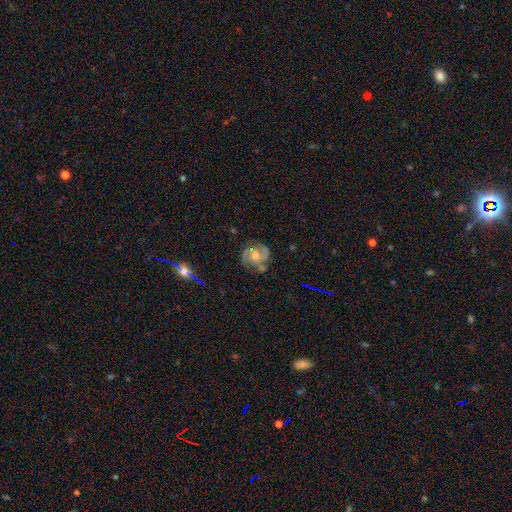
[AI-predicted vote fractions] Smooth or featured?
  - featured or disk: 84% *
  - smooth: 8%
  - star or artifact: 8%
Edge-on disk?
  - no: 97% *
  - yes: 3%
Bar?
  - no: 64% *
  - weak: 29%
  - strong: 6%
Spiral arms?
  - yes: 97% *
  - no: 3%
Spiral winding?
  - medium: 46% *
  - tight: 44%
  - loose: 10%
Spiral arm count?
  - 2: 49% *
  - 3: 31%
  - can't tell: 9%
  - 4: 4%
  - 1: 3%
  - more than 4: 3%
Bulge size?
  - moderate: 56% *
  - small: 34%
  - large: 4%
  - none: 4%
  - dominant: 1%
Merging?
  - none: 73% *
  - minor disturbance: 17%
  - major disturbance: 6%
  - merger: 3%